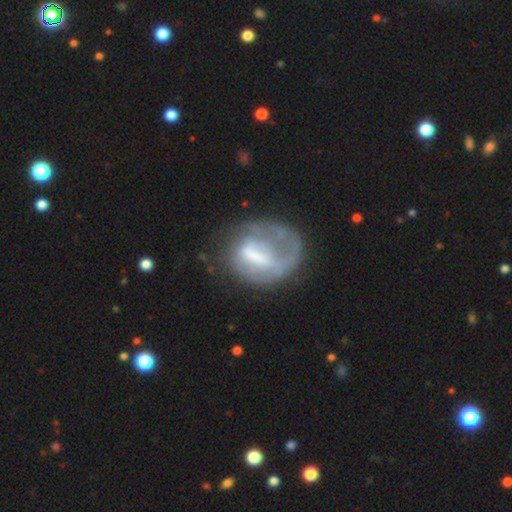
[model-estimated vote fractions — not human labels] Q: Smooth or featured?
A: featured or disk (59%); runner-up: smooth (33%)
Q: Edge-on disk?
A: no (96%); runner-up: yes (4%)
Q: Bar?
A: weak (40%); runner-up: strong (33%)
Q: Spiral arms?
A: yes (52%); runner-up: no (48%)
Q: Bulge size?
A: moderate (32%); runner-up: none (30%)
Q: Merging?
A: none (41%); runner-up: major disturbance (34%)